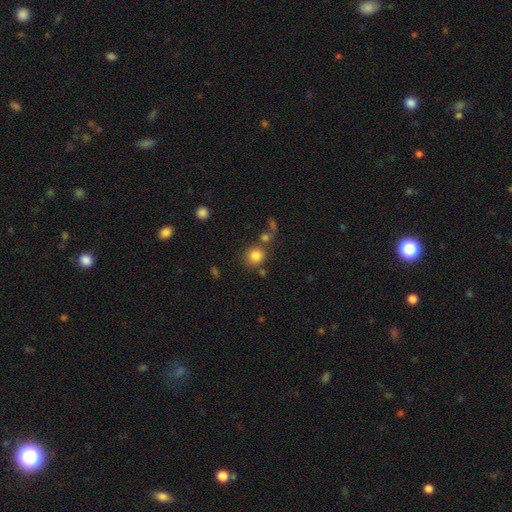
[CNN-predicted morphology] Q: Smooth or featured?
A: smooth (82%); runner-up: star or artifact (11%)
Q: How rounded?
A: round (88%); runner-up: in between (11%)
Q: Merging?
A: none (71%); runner-up: merger (15%)